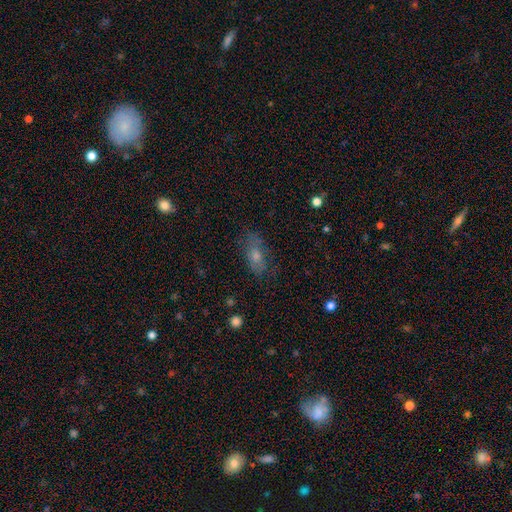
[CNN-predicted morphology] The model was most divided on "smooth or featured": smooth: 50%, featured or disk: 33%, star or artifact: 17%. More confident: merging — none (73%).